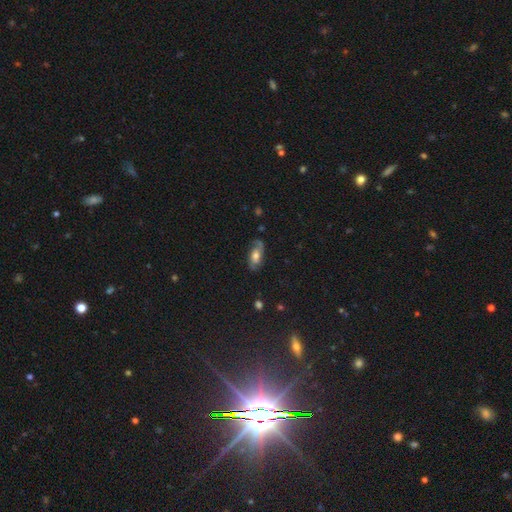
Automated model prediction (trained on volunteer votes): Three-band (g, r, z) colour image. It shows a featured or disk galaxy (46%). Merging: none (67%).